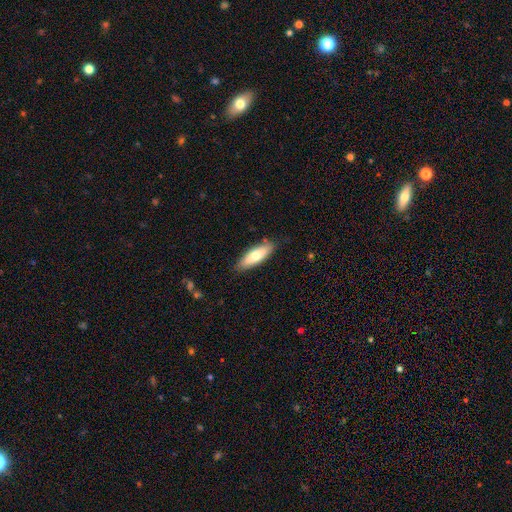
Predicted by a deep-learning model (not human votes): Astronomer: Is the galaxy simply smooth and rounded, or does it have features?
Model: smooth — 67%.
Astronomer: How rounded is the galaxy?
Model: in between — 57% (runner-up: cigar-shaped, 41%).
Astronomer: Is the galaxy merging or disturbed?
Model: none — 84%.